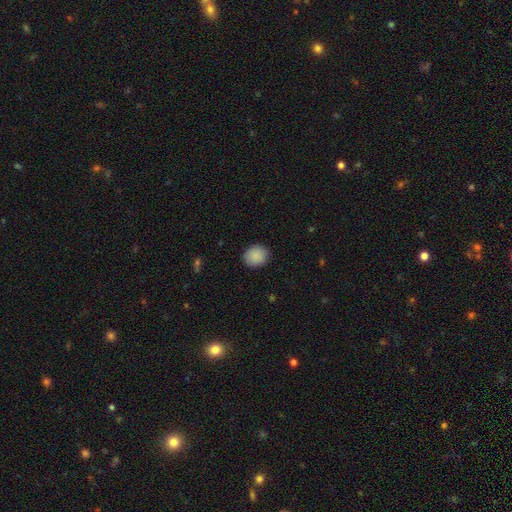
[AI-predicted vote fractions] Overall: smooth (89%). How rounded: round (68%; in between 31%). Merging: none (88%).